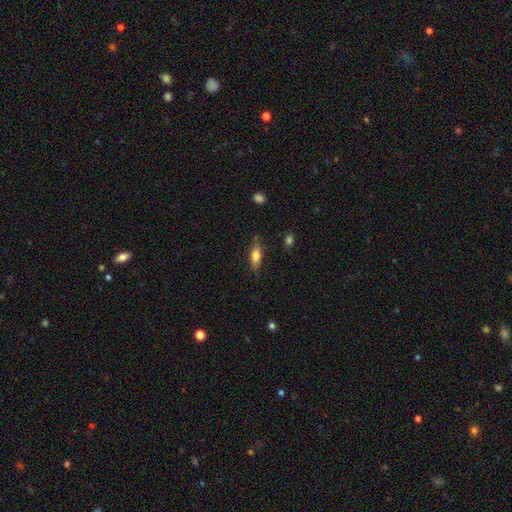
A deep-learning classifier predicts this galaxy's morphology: smooth_or_featured: smooth (p=0.72) [alt: featured or disk p=0.21]
how_rounded: in between (p=0.65) [alt: cigar-shaped p=0.32]
merging: none (p=0.76) [alt: minor disturbance p=0.18]